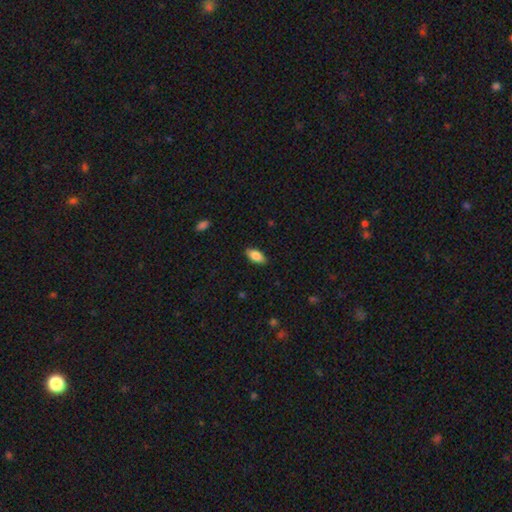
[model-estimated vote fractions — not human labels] Morphology: type=smooth (84%); roundness=in between (89%); merging=none (88%).